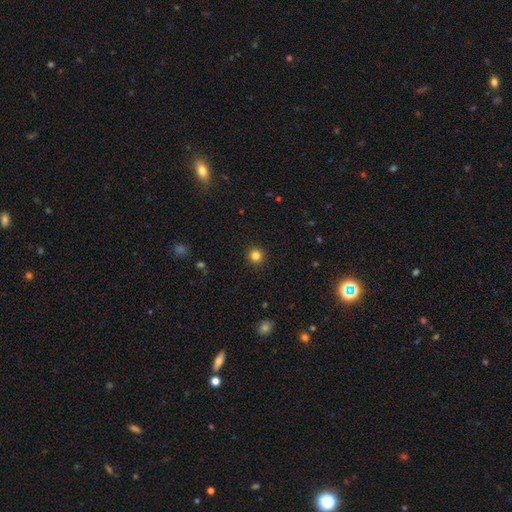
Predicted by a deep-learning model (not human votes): This is clearly a smooth galaxy (83%). How rounded: clearly round (95%). Merging: clearly none (92%).